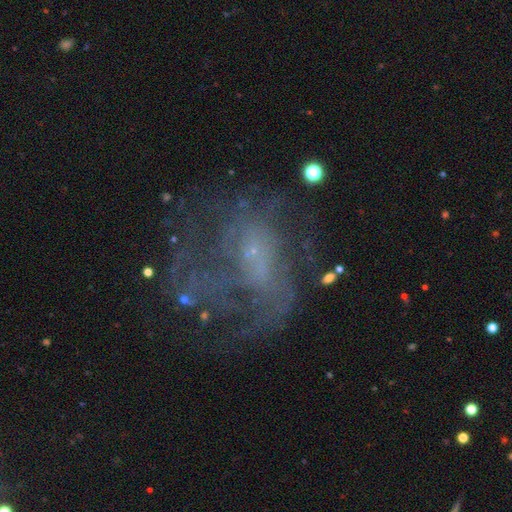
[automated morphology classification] Overall: featured or disk (67%). Edge-on disk: no (97%). Bar: no (72%). Spiral arms: yes (54%; no 46%). Bulge size: small (59%; none 30%). Merging: none (43%; major disturbance 35%).